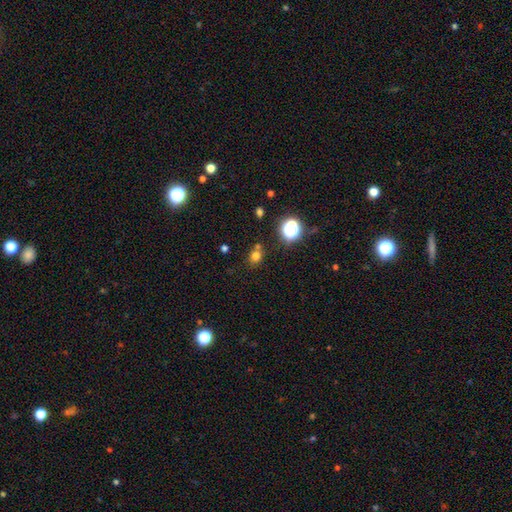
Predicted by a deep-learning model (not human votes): A smooth galaxy with no disk features (71%) that is round (69%).

Vote fractions:
- Smooth or featured? smooth: 71% / star or artifact: 21% / featured or disk: 8%
- How rounded? round: 69% / in between: 30% / cigar-shaped: 1%
- Merging? none: 66% / merger: 17% / minor disturbance: 12% / major disturbance: 4%